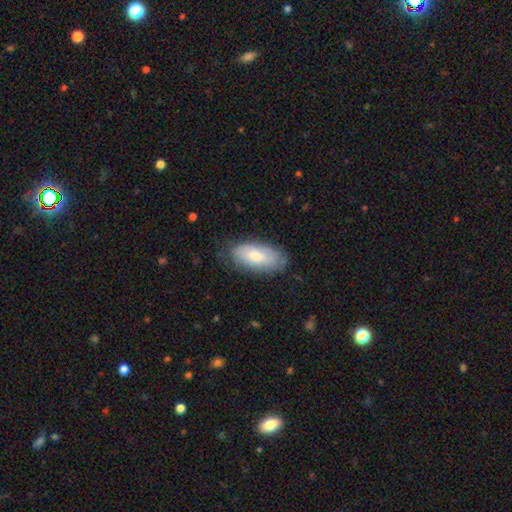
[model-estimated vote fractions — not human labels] Smooth or featured: smooth — 73% (featured or disk — 22%)
How rounded: in between — 90% (cigar-shaped — 8%)
Merging: none — 74% (minor disturbance — 20%)